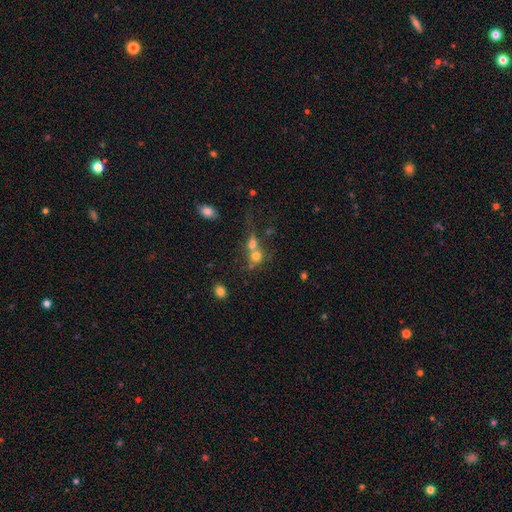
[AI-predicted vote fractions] smooth_or_featured: smooth (p=0.70) [alt: star or artifact p=0.15]
how_rounded: round (p=0.78) [alt: in between p=0.20]
merging: merger (p=0.59) [alt: none p=0.29]